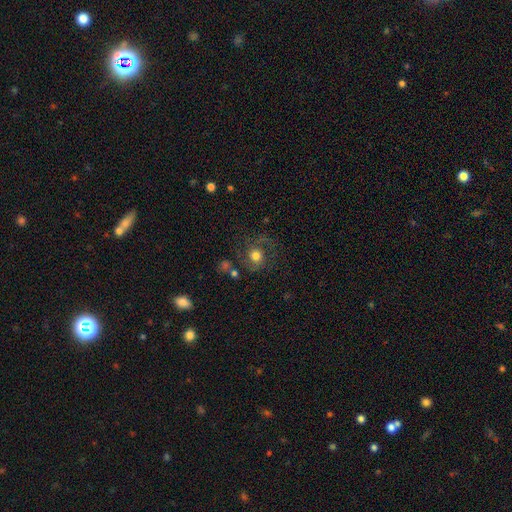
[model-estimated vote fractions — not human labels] This is possibly a featured or disk galaxy (52%). It is clearly not viewed edge-on (97%). Bar: likely no (78%). Spiral arm pattern: clearly yes (82%). Central bulge: likely moderate (62%). Merging: likely none (63%).